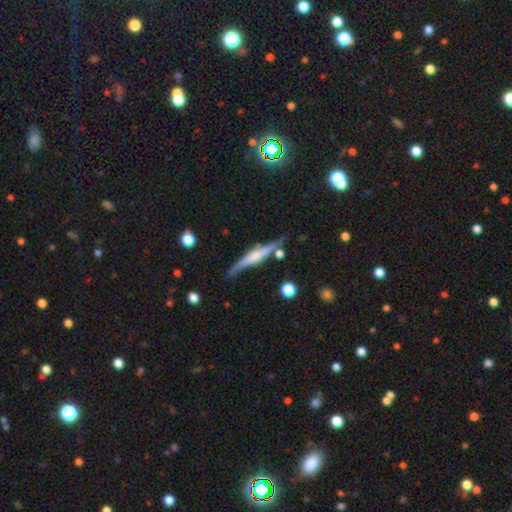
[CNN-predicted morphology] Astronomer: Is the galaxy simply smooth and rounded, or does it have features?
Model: featured or disk — 71%.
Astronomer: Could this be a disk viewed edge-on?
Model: yes — 97%.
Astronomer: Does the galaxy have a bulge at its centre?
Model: rounded — 66%.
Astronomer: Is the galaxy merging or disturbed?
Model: none — 78%.